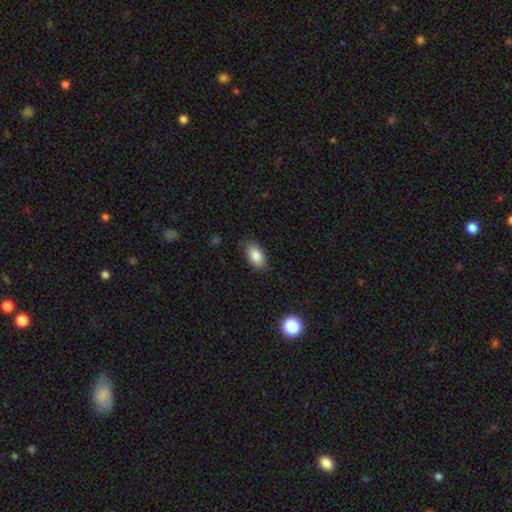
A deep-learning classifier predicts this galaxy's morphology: A smooth galaxy with no disk features (86%) that is in between round and cigar-shaped (92%). Merging: none (80%).